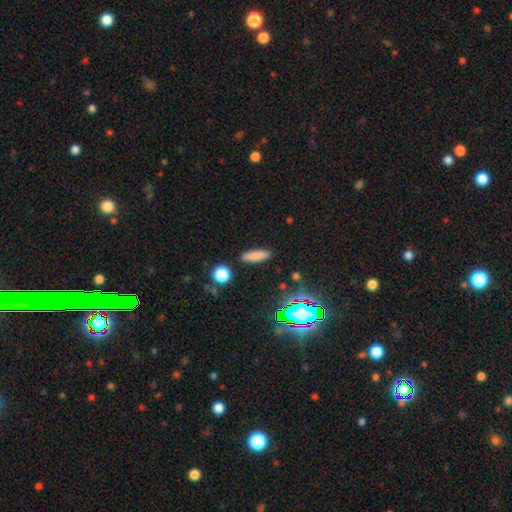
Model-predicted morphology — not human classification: A smooth galaxy with no disk features (81%) that is cigar-shaped (64%). Merging: none (89%).